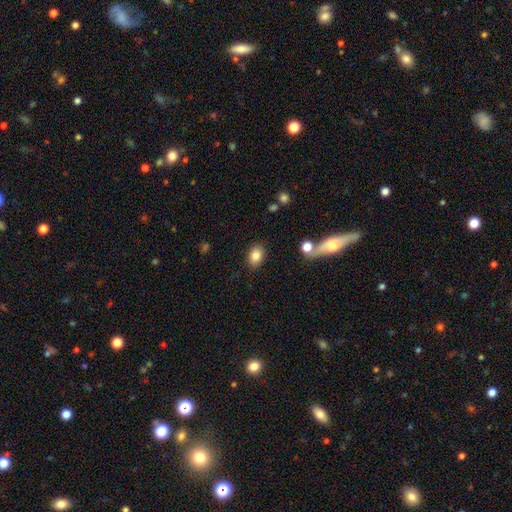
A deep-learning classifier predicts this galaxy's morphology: type=smooth (83%); roundness=in between (73%); merging=none (84%).